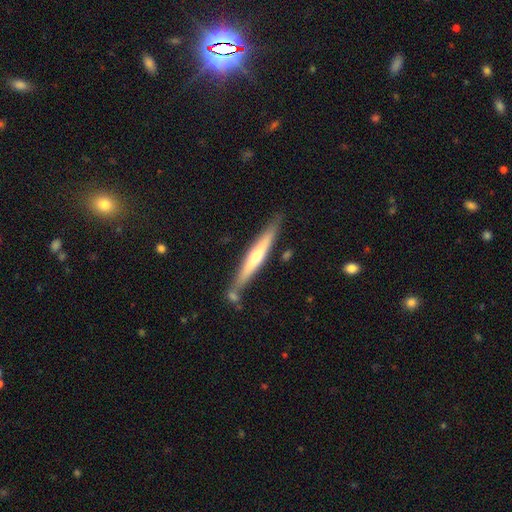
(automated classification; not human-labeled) This appears to be a featured or disk galaxy (59%) viewed edge-on (94%) with a rounded central bulge (74%). Merging: none (79%).